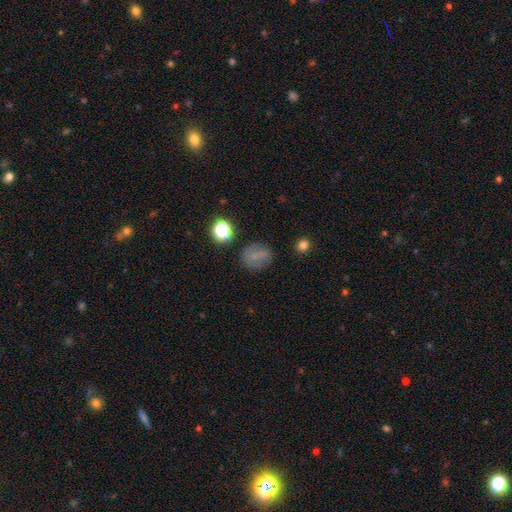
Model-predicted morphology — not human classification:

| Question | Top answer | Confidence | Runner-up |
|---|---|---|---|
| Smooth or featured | smooth | 64% | featured or disk (20%) |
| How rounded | round | 72% | in between (26%) |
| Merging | none | 78% | minor disturbance (14%) |